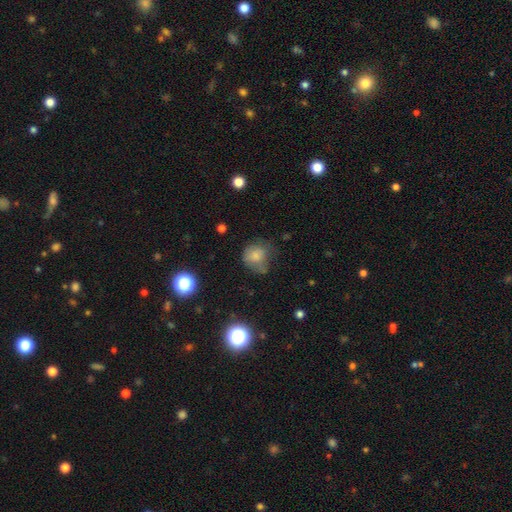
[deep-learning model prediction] Overall: smooth (74%). How rounded: round (74%). Merging: none (44%; minor disturbance 31%).